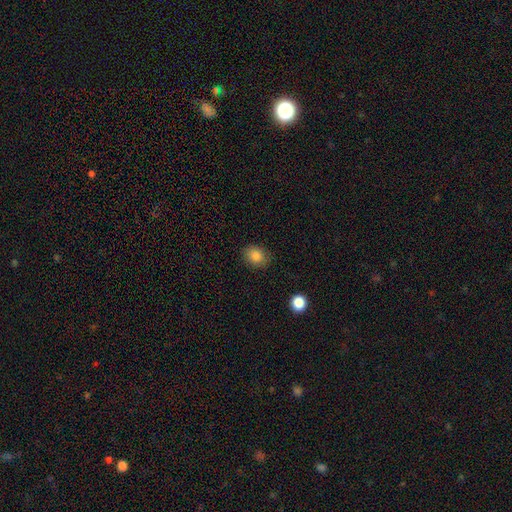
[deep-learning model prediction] A smooth galaxy with no disk features (85%) that is round (51%).

Vote fractions:
- Smooth or featured? smooth: 85% / star or artifact: 10% / featured or disk: 5%
- How rounded? round: 51% / in between: 48% / cigar-shaped: 1%
- Merging? none: 85% / minor disturbance: 11% / major disturbance: 3% / merger: 1%